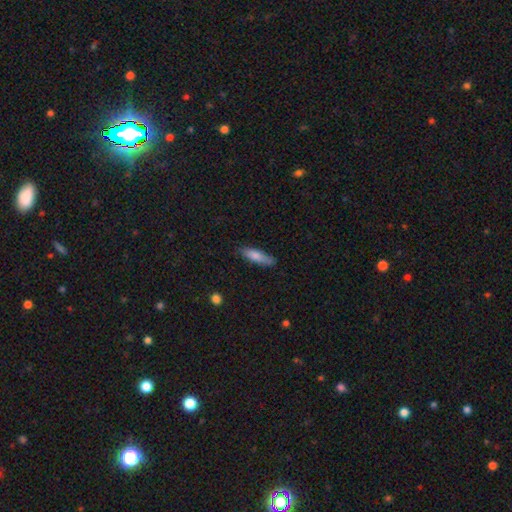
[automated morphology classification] A smooth galaxy with no disk features (79%) that is cigar-shaped (62%).

Vote fractions:
- Smooth or featured? smooth: 79% / featured or disk: 15% / star or artifact: 6%
- How rounded? cigar-shaped: 62% / in between: 36% / round: 2%
- Merging? none: 79% / minor disturbance: 16% / major disturbance: 3% / merger: 2%